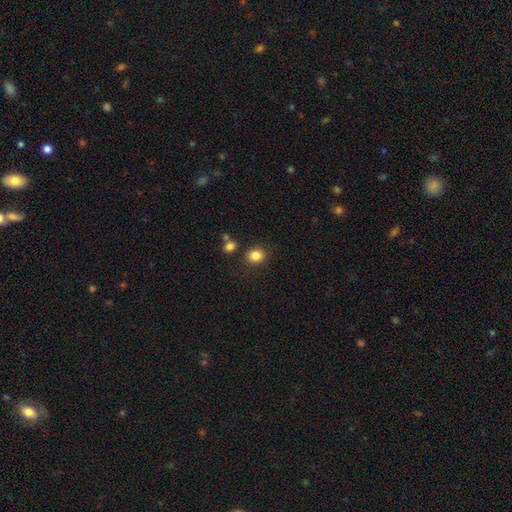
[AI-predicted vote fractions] Smooth or featured: smooth — 85% (star or artifact — 10%)
How rounded: round — 68% (in between — 31%)
Merging: none — 81% (minor disturbance — 10%)